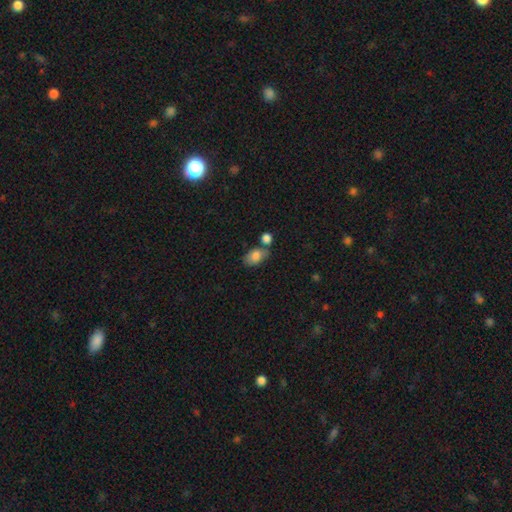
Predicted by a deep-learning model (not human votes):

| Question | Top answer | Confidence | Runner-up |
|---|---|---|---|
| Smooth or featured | smooth | 81% | featured or disk (11%) |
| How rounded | in between | 87% | round (11%) |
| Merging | none | 53% | merger (25%) |